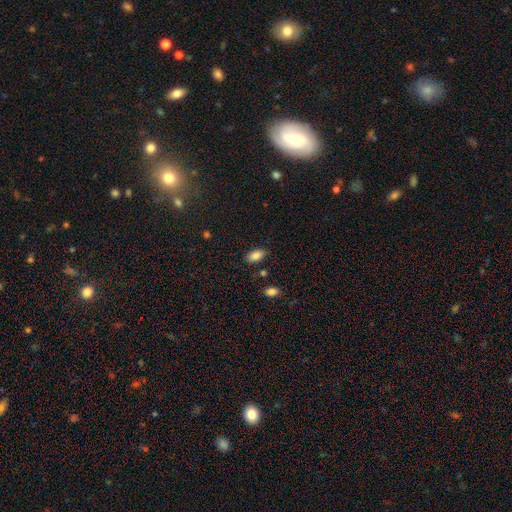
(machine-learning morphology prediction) smooth 85%, star or artifact 8%, featured or disk 7%. Down the decision tree: how rounded — in between (92%); merging — none (82%).